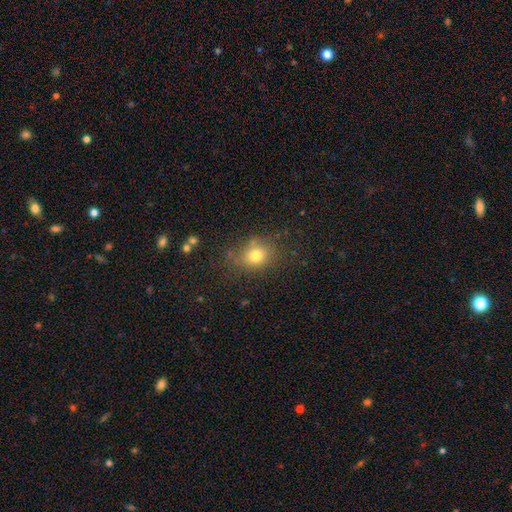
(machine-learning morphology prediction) This is likely a smooth galaxy (76%). How rounded: possibly round (59%). Merging: likely none (75%).